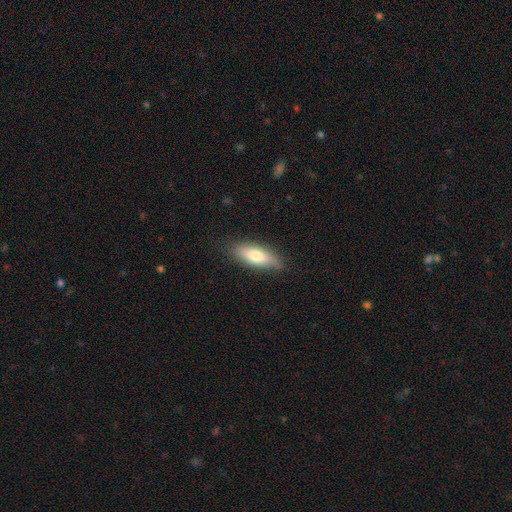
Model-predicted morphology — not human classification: This is likely a smooth galaxy (74%). How rounded: likely in between (66%). Merging: clearly none (81%).